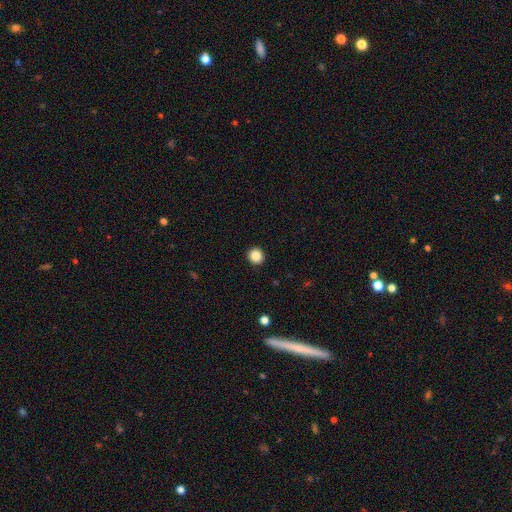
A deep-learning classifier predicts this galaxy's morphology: smooth-or-featured: smooth: 86% | star or artifact: 10% | featured or disk: 4%
  how-rounded: round: 90% | in between: 9% | cigar-shaped: 1%
  merging: none: 93% | minor disturbance: 4% | major disturbance: 1% | merger: 1%